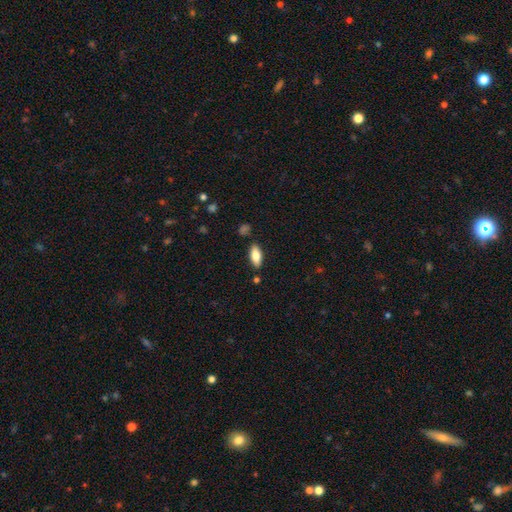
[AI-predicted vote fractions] Smooth or featured? Predicted: smooth (p=0.76). How rounded? Predicted: in between (p=0.81). Merging? Predicted: none (p=0.85).